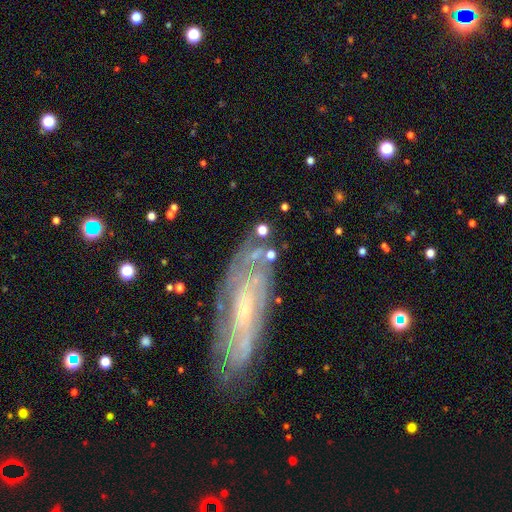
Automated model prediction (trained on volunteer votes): Q: Smooth or featured?
A: featured or disk (66%); runner-up: smooth (21%)
Q: Edge-on disk?
A: no (85%); runner-up: yes (15%)
Q: Bar?
A: no (65%); runner-up: weak (24%)
Q: Spiral arms?
A: yes (75%); runner-up: no (25%)
Q: Bulge size?
A: small (66%); runner-up: moderate (17%)
Q: Merging?
A: none (68%); runner-up: minor disturbance (18%)